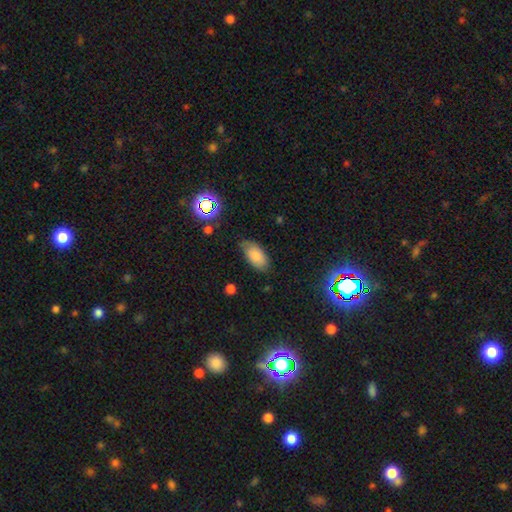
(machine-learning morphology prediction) This is likely a smooth galaxy (79%). How rounded: clearly in between (93%). Merging: likely none (73%).